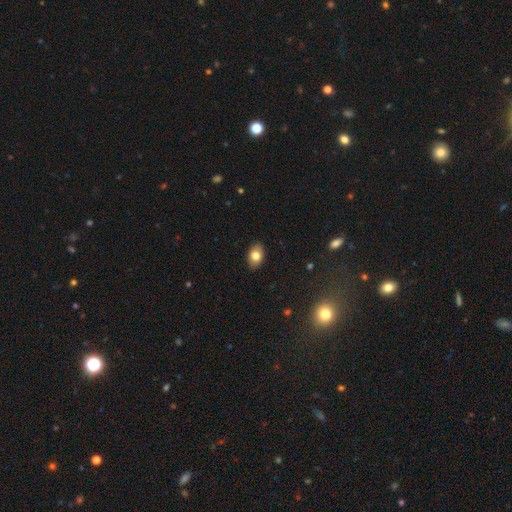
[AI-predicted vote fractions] A smooth galaxy with no disk features (79%) that is in between round and cigar-shaped (85%). Merging: none (87%).